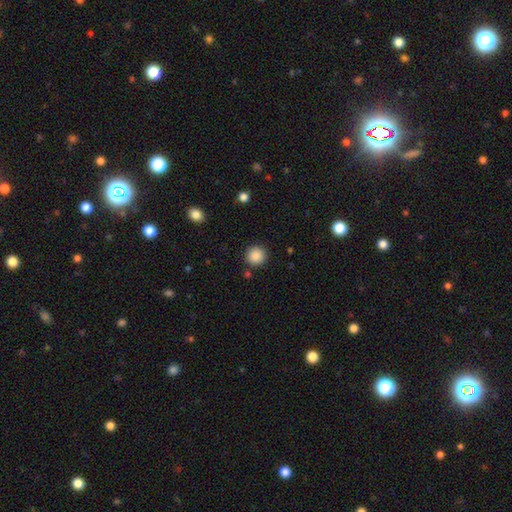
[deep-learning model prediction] The model was most divided on "smooth or featured": smooth: 88%, star or artifact: 9%, featured or disk: 3%. More confident: how rounded — round (94%); merging — none (89%).